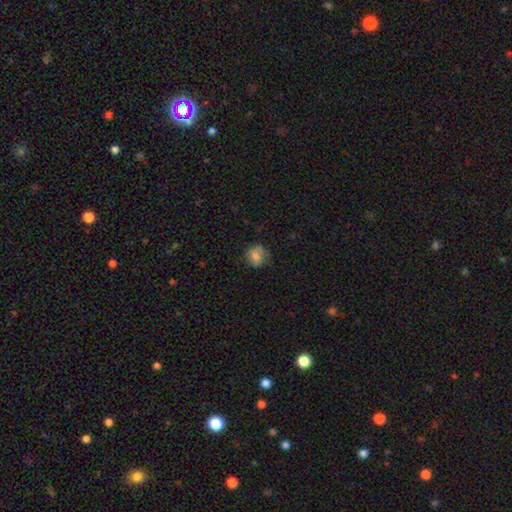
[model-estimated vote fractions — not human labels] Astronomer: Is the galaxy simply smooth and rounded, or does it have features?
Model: smooth — 71%.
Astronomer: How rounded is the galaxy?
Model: round — 75%.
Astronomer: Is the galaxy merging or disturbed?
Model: none — 65%.